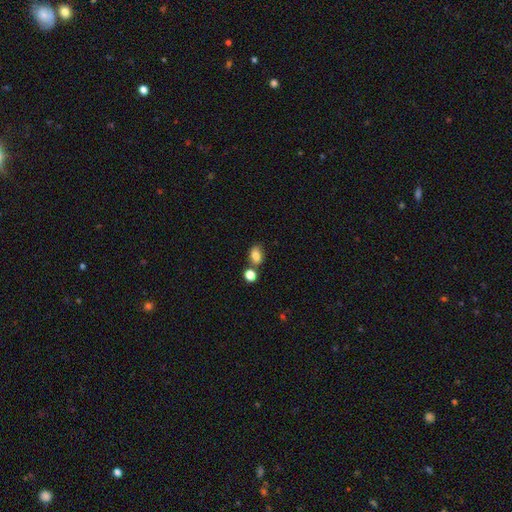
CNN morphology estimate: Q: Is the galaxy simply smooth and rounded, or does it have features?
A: smooth — 80%.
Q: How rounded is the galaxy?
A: in between — 72%.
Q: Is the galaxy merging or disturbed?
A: none — 64%.